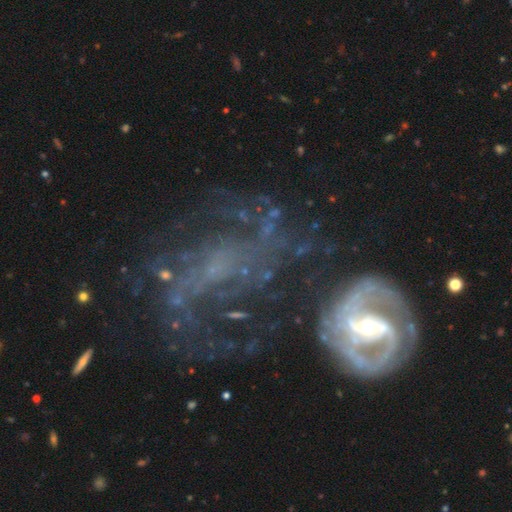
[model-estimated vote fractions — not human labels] smooth-or-featured: featured or disk: 80% | star or artifact: 11% | smooth: 9%
  disk-edge-on: no: 96% | yes: 4%
    bar: no: 39% | weak: 35% | strong: 25%
    has-spiral-arms: yes: 80% | no: 20%
      spiral-winding: medium: 37% | loose: 36% | tight: 27%
      spiral-arm-count: 2: 54% | can't tell: 25% | 3: 7% | 1: 6% | 4: 4% | more than 4: 4%
    bulge-size: small: 51% | moderate: 30% | none: 15% | large: 3% | dominant: 2%
  merging: none: 34% | major disturbance: 33% | merger: 17% | minor disturbance: 16%